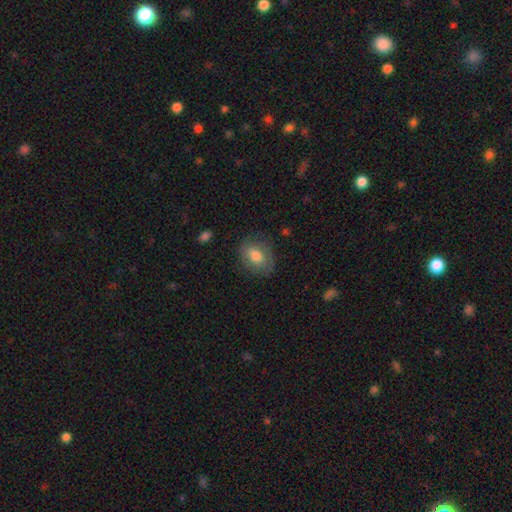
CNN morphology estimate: type=smooth (66%); roundness=in between (62%); merging=none (75%).